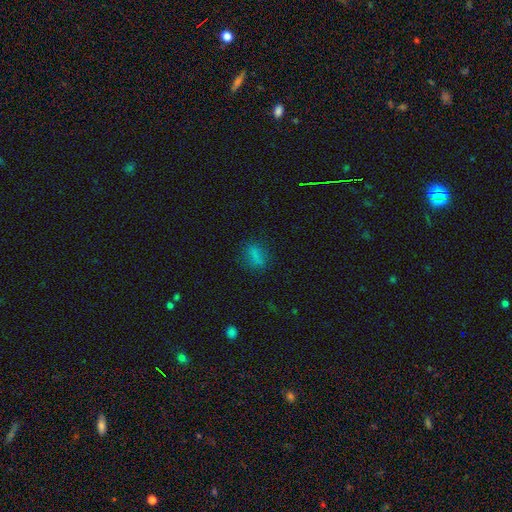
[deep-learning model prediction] Smooth or featured? smooth (74%)
How rounded? in between (61%)
Merging? none (81%)